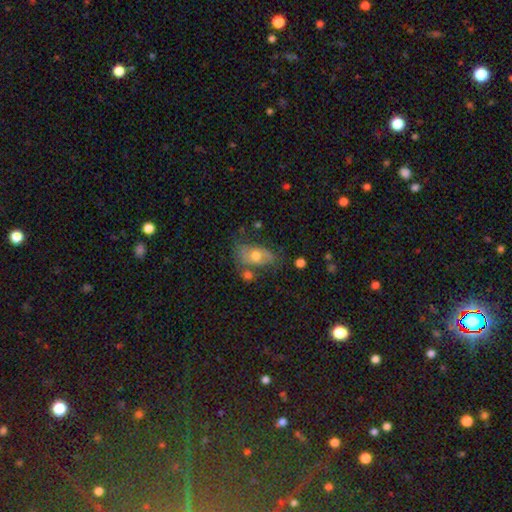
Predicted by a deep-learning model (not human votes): smooth 51%, featured or disk 40%, star or artifact 8%. Down the decision tree: how rounded — in between (85%); merging — none (44%).